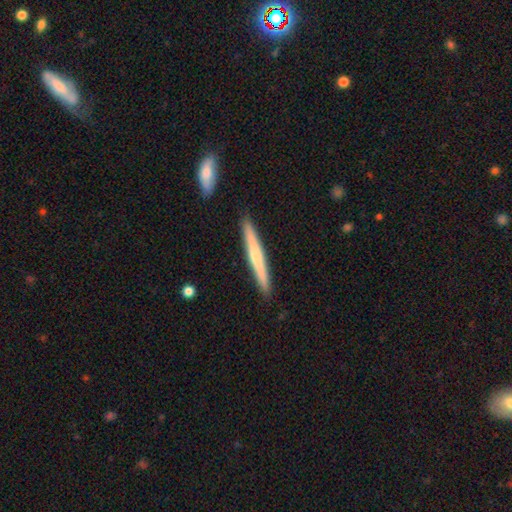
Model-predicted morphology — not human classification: A featured or disk galaxy (54%) viewed edge-on (96%) with a rounded central bulge (61%).

Vote fractions:
- Smooth or featured? featured or disk: 54% / smooth: 39% / star or artifact: 6%
- Edge-on disk? yes: 96% / no: 4%
- Edge-on bulge? rounded: 61% / none: 33% / boxy: 6%
- Merging? none: 89% / minor disturbance: 7% / merger: 2% / major disturbance: 1%